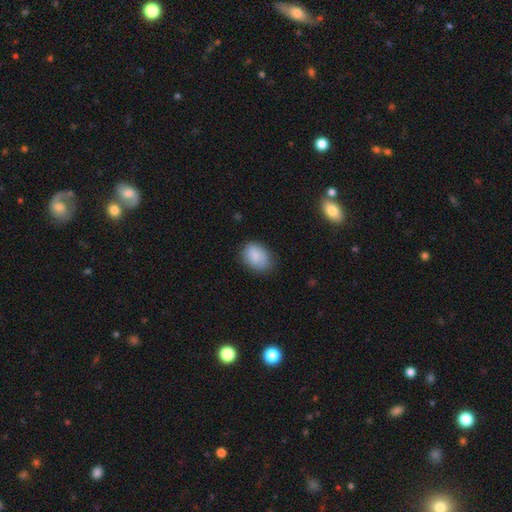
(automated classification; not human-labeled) This is clearly a smooth galaxy (86%). How rounded: likely in between (73%). Merging: likely none (75%).